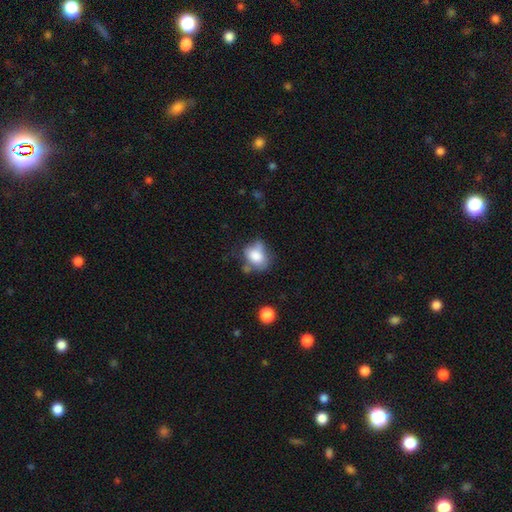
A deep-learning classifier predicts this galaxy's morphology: Smooth or featured: smooth — 74% (featured or disk — 16%)
How rounded: in between — 58% (round — 41%)
Merging: none — 37% (minor disturbance — 29%)